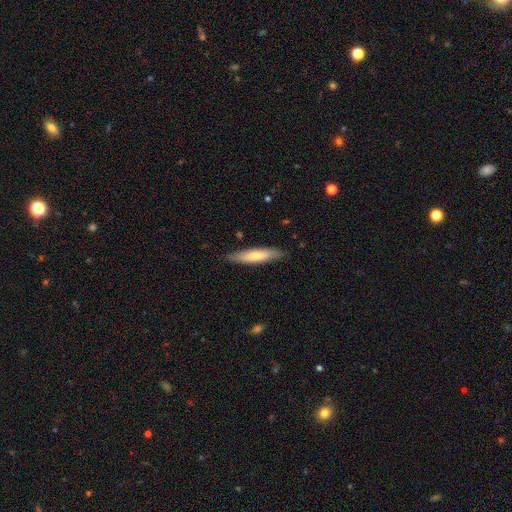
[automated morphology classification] Smooth or featured? Predicted: smooth (p=0.70). How rounded? Predicted: cigar-shaped (p=0.80). Merging? Predicted: none (p=0.86).